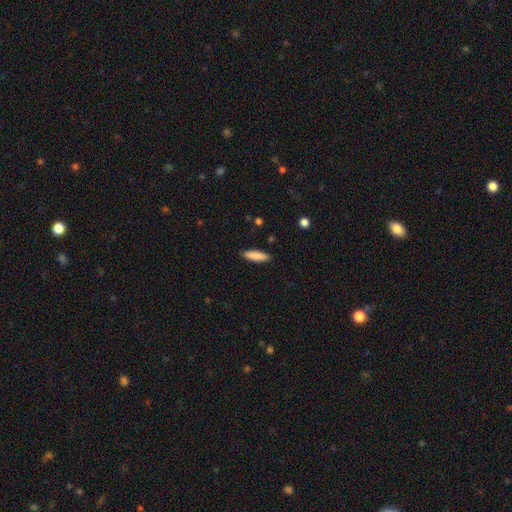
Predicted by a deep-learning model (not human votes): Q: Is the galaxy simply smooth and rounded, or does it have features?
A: smooth — 86%.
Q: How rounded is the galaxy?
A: cigar-shaped — 70%.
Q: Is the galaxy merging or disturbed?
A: none — 89%.